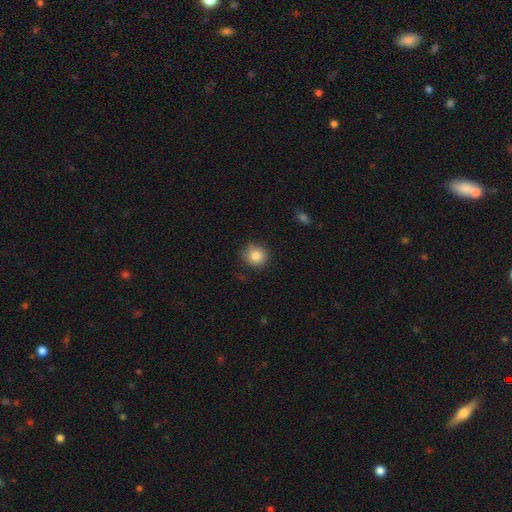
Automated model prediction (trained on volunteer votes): A smooth galaxy with no disk features (85%) that is round (90%).

Vote fractions:
- Smooth or featured? smooth: 85% / star or artifact: 10% / featured or disk: 5%
- How rounded? round: 90% / in between: 9% / cigar-shaped: 1%
- Merging? none: 82% / minor disturbance: 13% / major disturbance: 3% / merger: 1%